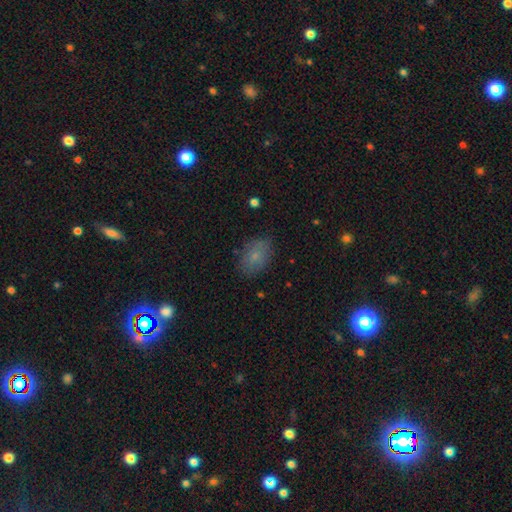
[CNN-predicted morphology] type=smooth (75%); roundness=in between (82%); merging=none (81%).